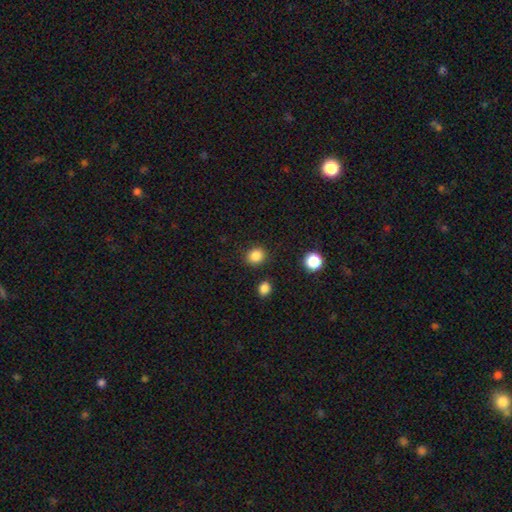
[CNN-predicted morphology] Smooth or featured? smooth (86%)
How rounded? round (80%)
Merging? none (87%)